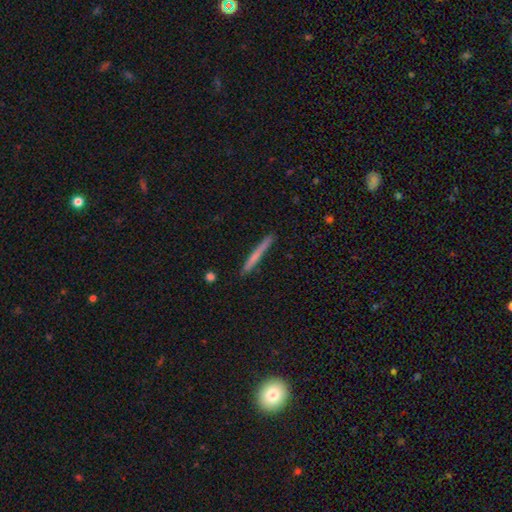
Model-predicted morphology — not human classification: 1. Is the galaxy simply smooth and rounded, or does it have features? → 64% smooth, 31% featured or disk, 6% star or artifact.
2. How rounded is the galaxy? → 97% cigar-shaped, 2% in between, 1% round.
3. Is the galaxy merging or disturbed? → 89% none, 8% minor disturbance, 1% major disturbance, 1% merger.